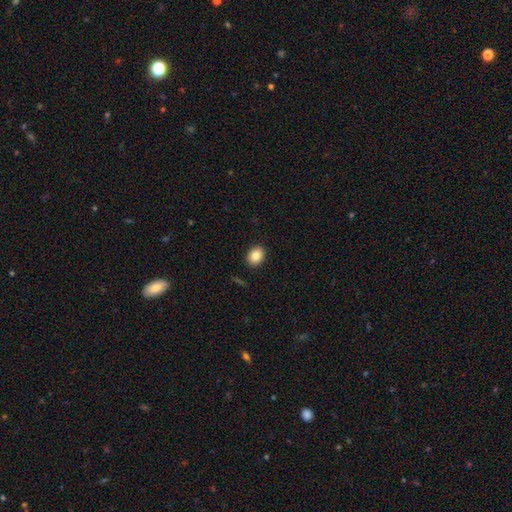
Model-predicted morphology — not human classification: A smooth galaxy with no disk features (85%) that is in between round and cigar-shaped (53%). Merging: none (90%).